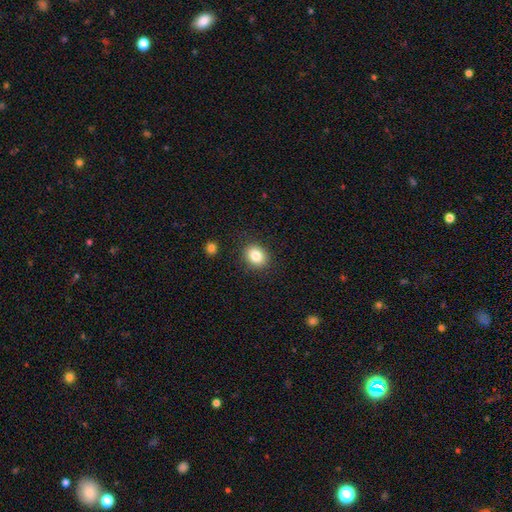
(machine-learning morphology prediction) The model was most divided on "how rounded": round: 55%, in between: 44%, cigar-shaped: 1%. More confident: merging — none (87%); smooth or featured — smooth (84%).